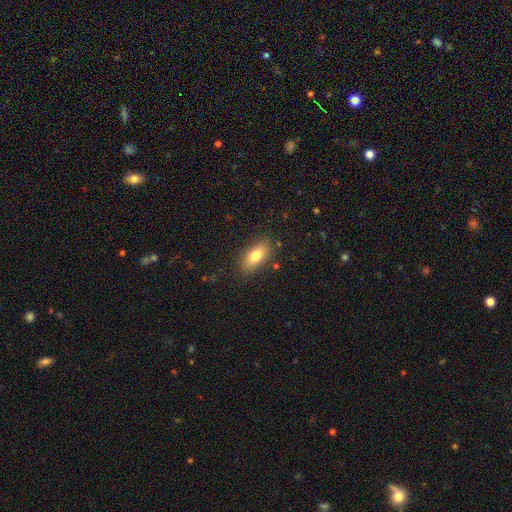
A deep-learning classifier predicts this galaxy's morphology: A smooth galaxy with no disk features (80%) that is in between round and cigar-shaped (87%).

Vote fractions:
- Smooth or featured? smooth: 80% / featured or disk: 12% / star or artifact: 8%
- How rounded? in between: 87% / cigar-shaped: 9% / round: 4%
- Merging? none: 84% / minor disturbance: 12% / major disturbance: 3% / merger: 2%